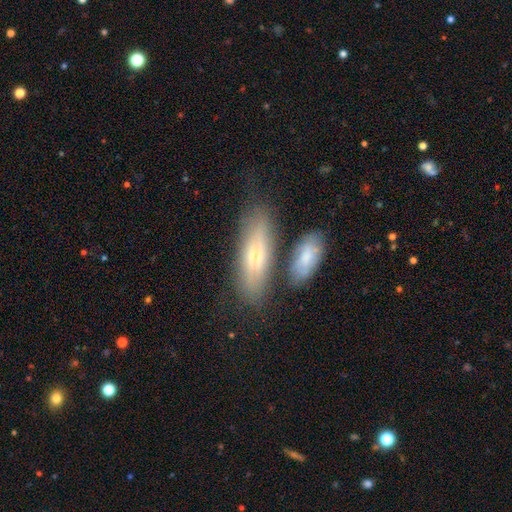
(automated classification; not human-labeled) Smooth or featured: smooth — 53% (featured or disk — 39%)
How rounded: in between — 51% (cigar-shaped — 45%)
Merging: none — 65% (minor disturbance — 16%)